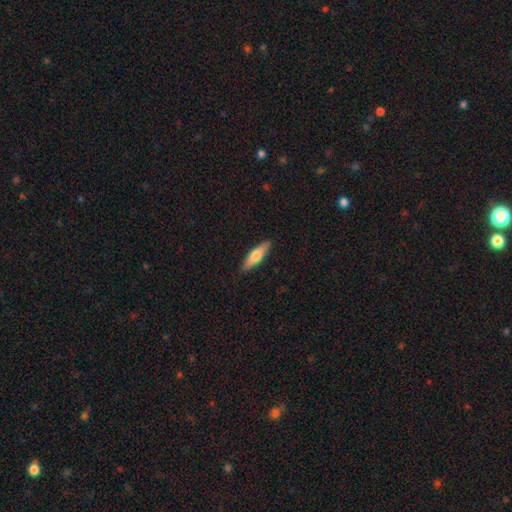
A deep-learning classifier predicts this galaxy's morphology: type=smooth (65%); roundness=cigar-shaped (63%); merging=none (89%).